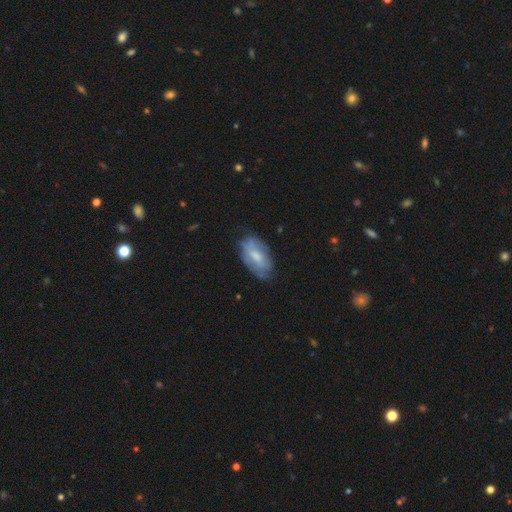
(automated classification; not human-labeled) smooth_or_featured: smooth (p=0.53) [alt: featured or disk p=0.40]
how_rounded: in between (p=0.93) [alt: cigar-shaped p=0.04]
merging: none (p=0.65) [alt: minor disturbance p=0.26]